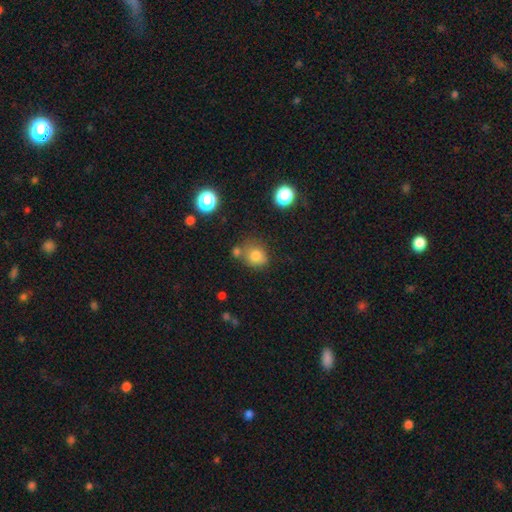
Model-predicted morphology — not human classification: Smooth or featured? smooth (78%)
How rounded? round (73%)
Merging? none (62%)